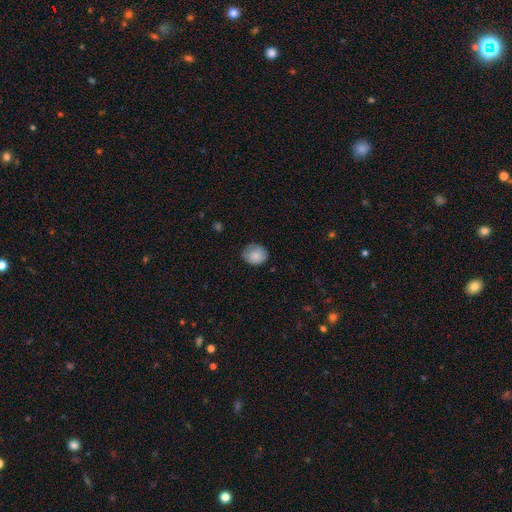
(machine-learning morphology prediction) This is clearly a smooth galaxy (85%). How rounded: likely round (66%). Merging: likely none (72%).